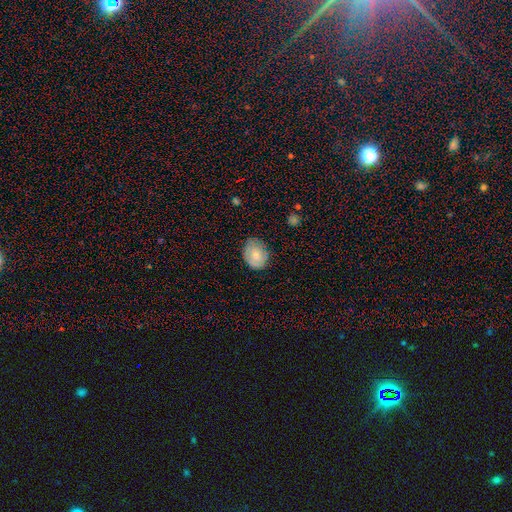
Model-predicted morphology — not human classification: Overall: smooth (72%). How rounded: in between (59%; round 40%). Merging: none (70%).